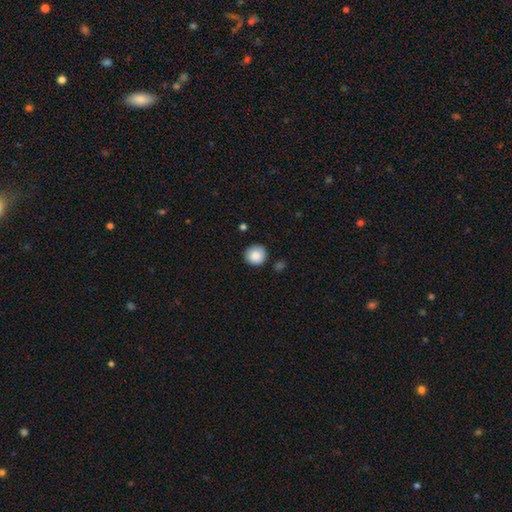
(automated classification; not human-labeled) Smooth or featured?
  - smooth: 87% *
  - star or artifact: 8%
  - featured or disk: 4%
How rounded?
  - round: 91% *
  - in between: 8%
  - cigar-shaped: 1%
Merging?
  - none: 85% *
  - minor disturbance: 10%
  - merger: 2%
  - major disturbance: 2%